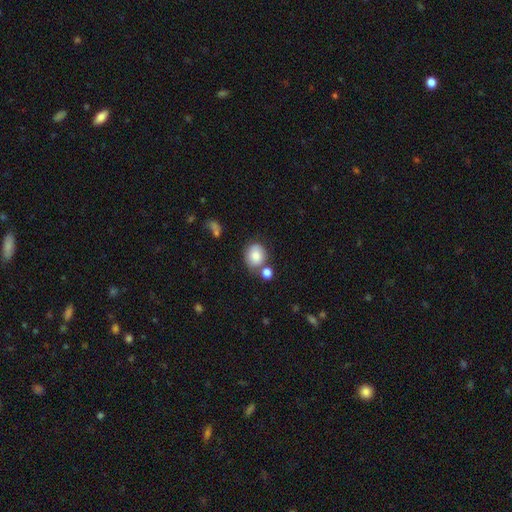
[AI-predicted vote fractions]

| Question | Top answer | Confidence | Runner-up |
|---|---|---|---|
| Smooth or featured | smooth | 82% | star or artifact (9%) |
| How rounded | round | 64% | in between (35%) |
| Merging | none | 63% | merger (17%) |